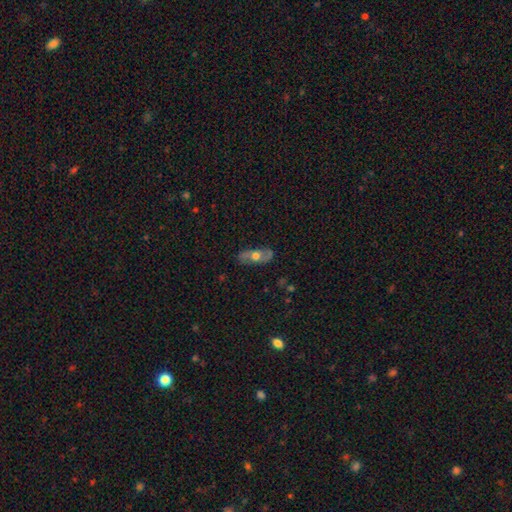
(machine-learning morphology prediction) smooth_or_featured: featured or disk (p=0.53) [alt: smooth p=0.39]
disk_edge_on: no (p=0.71) [alt: yes p=0.29]
merging: none (p=0.80) [alt: minor disturbance p=0.15]